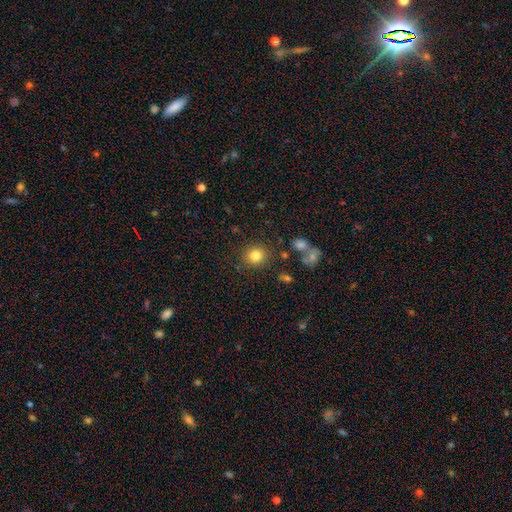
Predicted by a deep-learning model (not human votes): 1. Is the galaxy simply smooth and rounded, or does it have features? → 82% smooth, 12% star or artifact, 7% featured or disk.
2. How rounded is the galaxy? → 86% round, 14% in between, 1% cigar-shaped.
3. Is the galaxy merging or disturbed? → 85% none, 8% minor disturbance, 3% major disturbance, 3% merger.